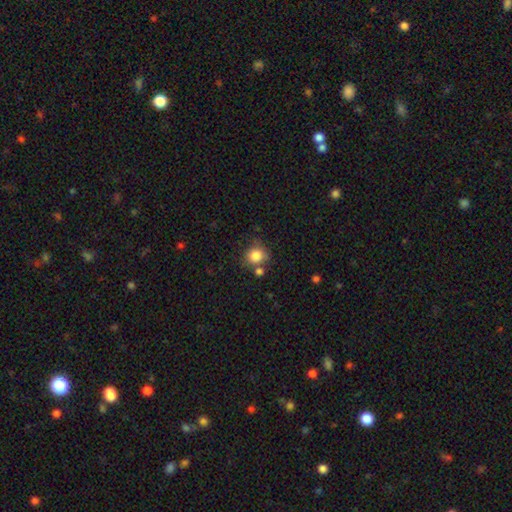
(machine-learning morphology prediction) smooth 83%, star or artifact 10%, featured or disk 6%. Down the decision tree: how rounded — round (82%); merging — none (64%).